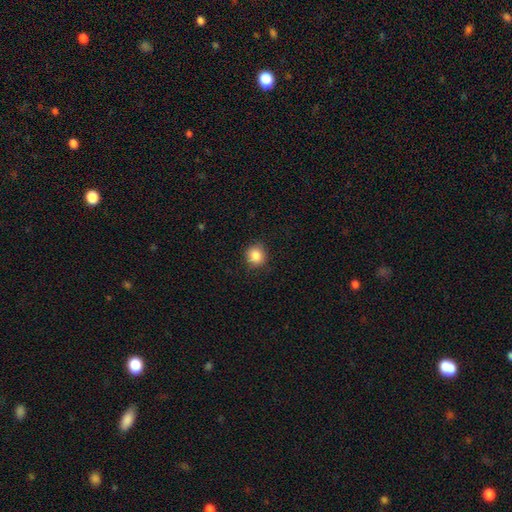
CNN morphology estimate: Smooth or featured?
  - smooth: 86% *
  - star or artifact: 10%
  - featured or disk: 5%
How rounded?
  - round: 87% *
  - in between: 12%
  - cigar-shaped: 1%
Merging?
  - none: 86% *
  - minor disturbance: 11%
  - major disturbance: 3%
  - merger: 1%